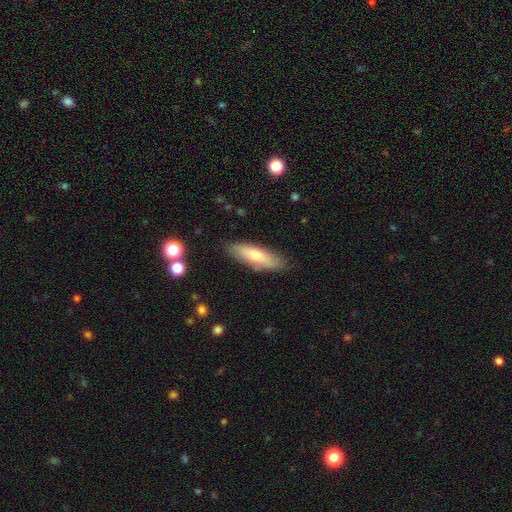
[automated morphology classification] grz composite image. It shows a smooth galaxy with no disk features (64%) that is cigar-shaped (55%). Merging: none (84%).